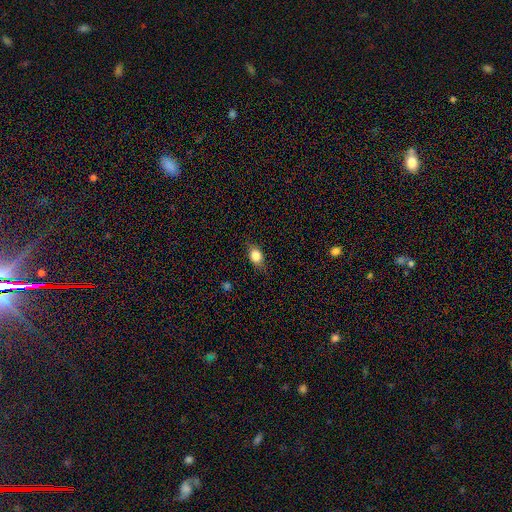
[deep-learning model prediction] A smooth galaxy with no disk features (82%) that is in between round and cigar-shaped (71%). Merging: none (77%).